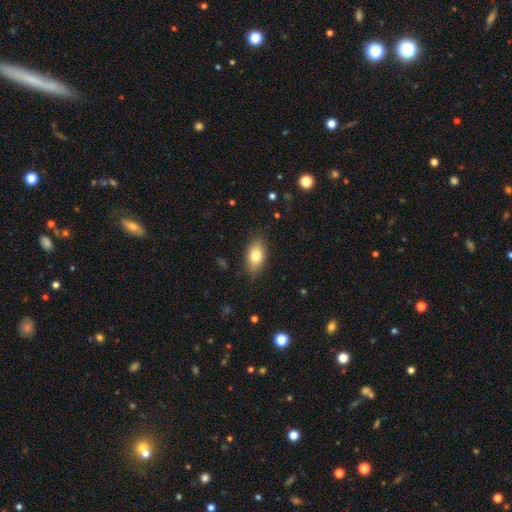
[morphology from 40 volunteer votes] smooth 80%, featured or disk 18%, star or artifact 2%. Down the decision tree: how rounded — in between (81%); merging — none (90%).